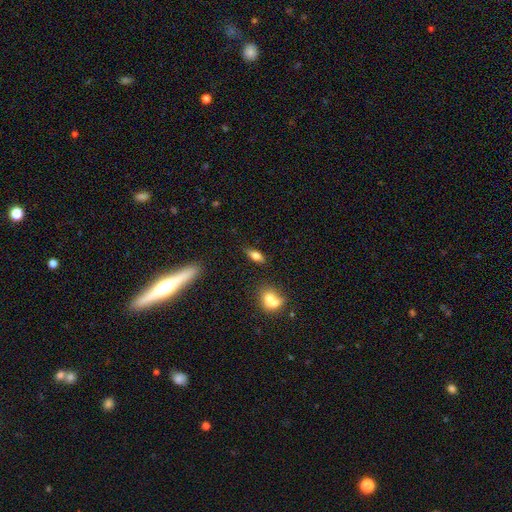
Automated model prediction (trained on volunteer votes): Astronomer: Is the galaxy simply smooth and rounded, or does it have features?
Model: smooth — 67%.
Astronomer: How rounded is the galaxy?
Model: in between — 73%.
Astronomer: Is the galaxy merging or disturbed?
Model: none — 76%.